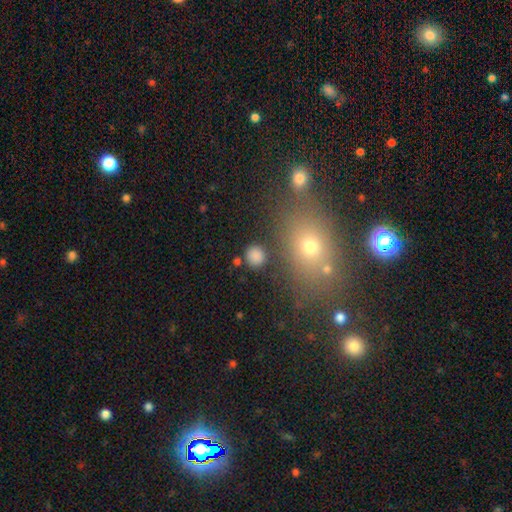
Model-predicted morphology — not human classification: Smooth or featured?
  - smooth: 83% *
  - star or artifact: 12%
  - featured or disk: 5%
How rounded?
  - round: 91% *
  - in between: 8%
  - cigar-shaped: 1%
Merging?
  - none: 85% *
  - minor disturbance: 7%
  - merger: 4%
  - major disturbance: 3%